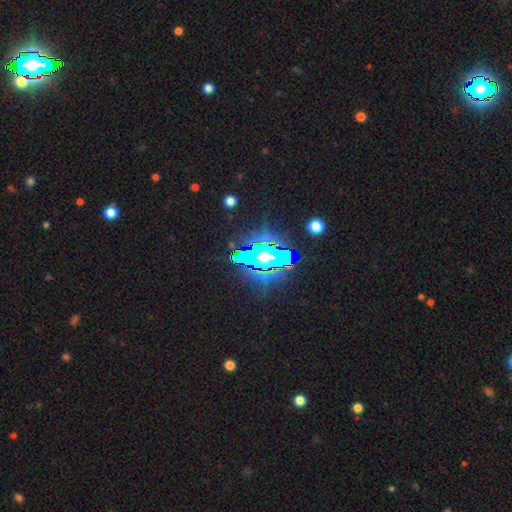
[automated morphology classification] type=star or artifact (78%).